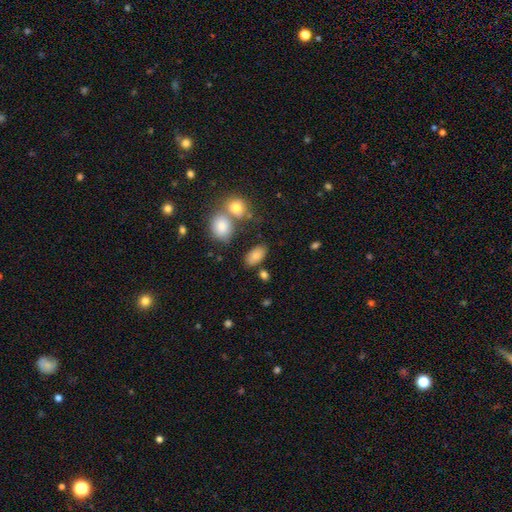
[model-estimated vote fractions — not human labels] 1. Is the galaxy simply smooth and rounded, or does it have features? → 80% smooth, 11% featured or disk, 9% star or artifact.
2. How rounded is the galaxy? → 92% in between, 6% round, 2% cigar-shaped.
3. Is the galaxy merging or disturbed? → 74% none, 12% minor disturbance, 10% merger, 4% major disturbance.